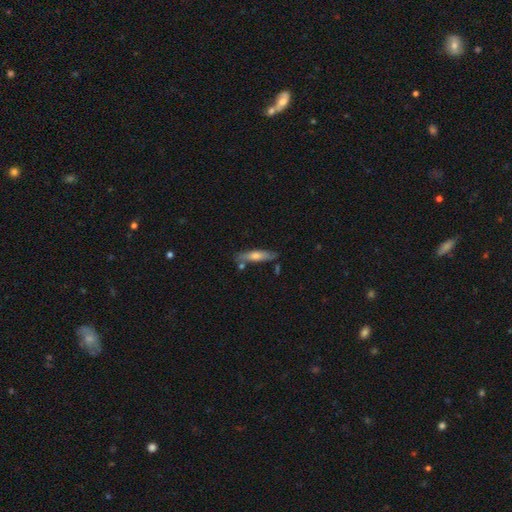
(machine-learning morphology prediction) smooth_or_featured: smooth (p=0.49) [alt: featured or disk p=0.44]
merging: none (p=0.77) [alt: minor disturbance p=0.14]